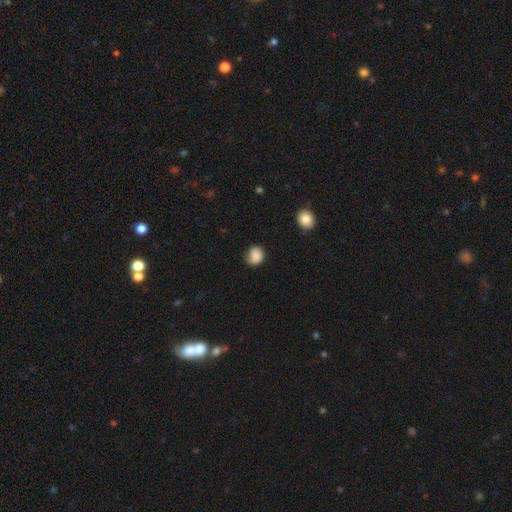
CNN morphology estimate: Smooth or featured? smooth (84%)
How rounded? round (74%)
Merging? none (65%)